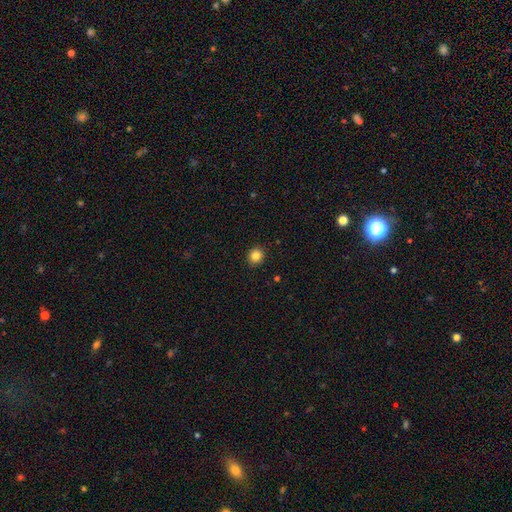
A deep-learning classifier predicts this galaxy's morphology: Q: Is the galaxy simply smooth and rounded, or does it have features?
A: smooth — 84%.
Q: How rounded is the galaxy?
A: round — 88%.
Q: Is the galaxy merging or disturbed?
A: none — 92%.